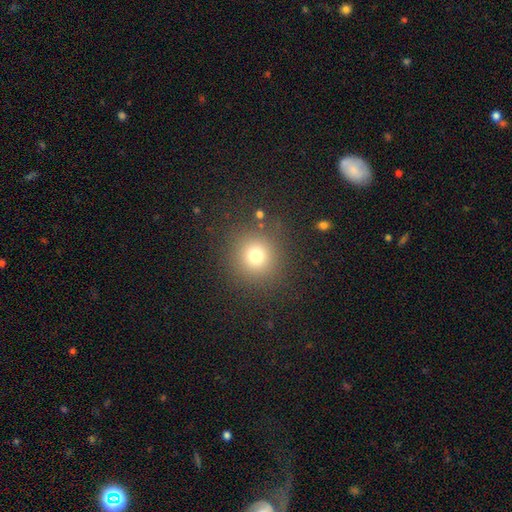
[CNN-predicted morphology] A smooth galaxy with no disk features (73%) that is round (93%). Merging: none (86%).